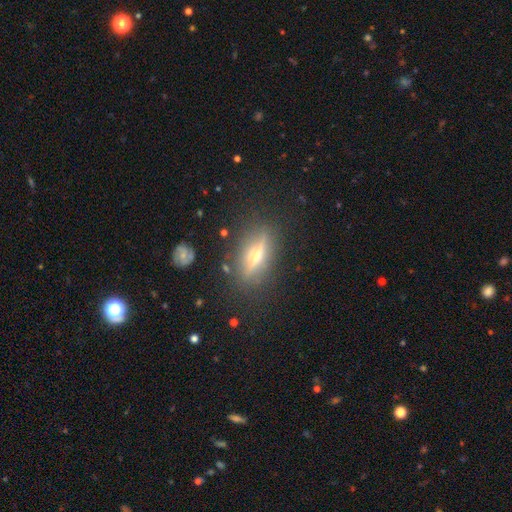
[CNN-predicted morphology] The model was most divided on "smooth or featured": featured or disk: 70%, smooth: 22%, star or artifact: 9%. More confident: edge-on bulge — rounded (93%); edge-on disk — yes (89%); merging — none (84%).